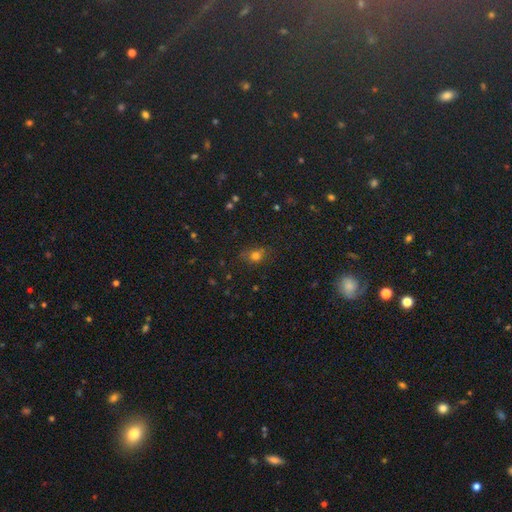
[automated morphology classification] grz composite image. It shows a smooth galaxy with no disk features (72%) that is round (51%). Merging: none (73%).